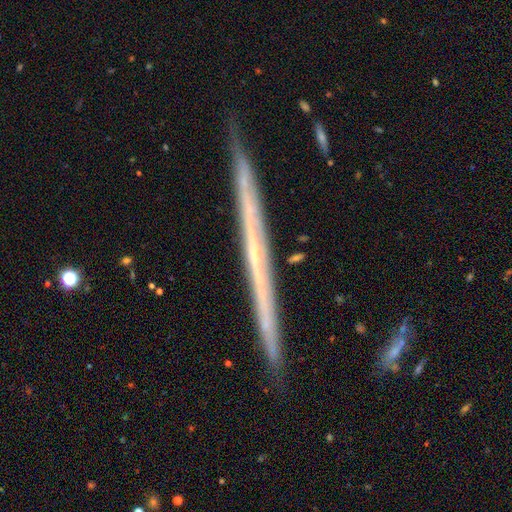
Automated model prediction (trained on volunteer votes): This is likely a featured or disk galaxy (71%). It is clearly viewed edge-on (97%). Edge-on bulge: clearly none (84%). Merging: clearly none (90%).